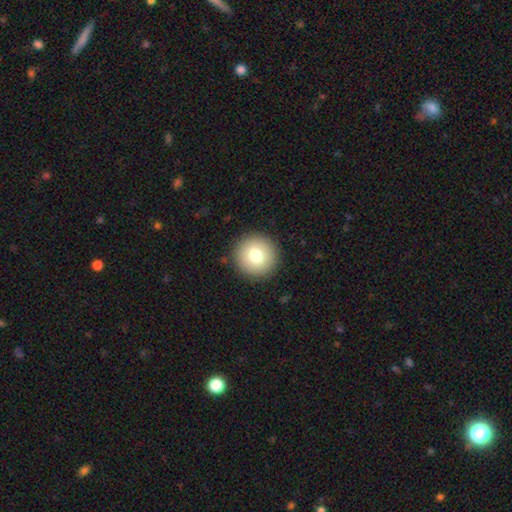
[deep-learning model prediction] smooth_or_featured: smooth (p=0.76) [alt: featured or disk p=0.14]
how_rounded: round (p=0.96) [alt: in between p=0.03]
merging: none (p=0.92) [alt: minor disturbance p=0.05]